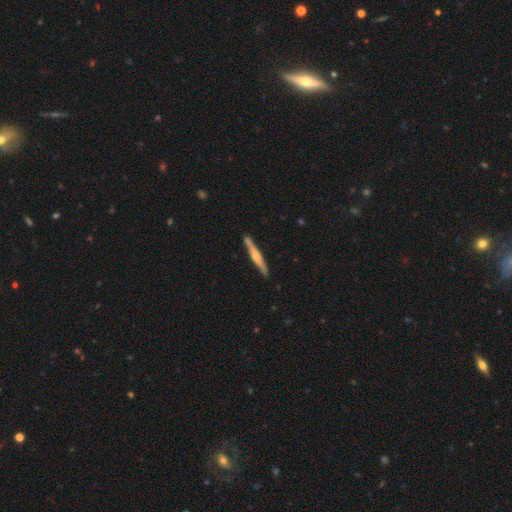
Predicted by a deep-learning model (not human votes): Morphology: type=featured or disk (69%); edge-on=yes (97%); edge-on bulge=rounded (81%); merging=none (88%).